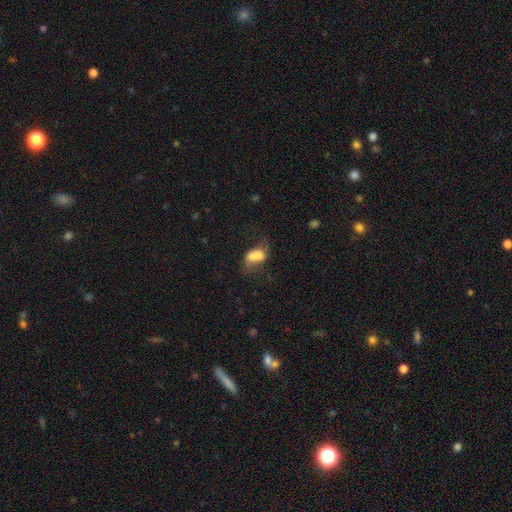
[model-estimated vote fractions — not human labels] A smooth galaxy with no disk features (55%) that is in between round and cigar-shaped (81%). Merging: merger (33%).